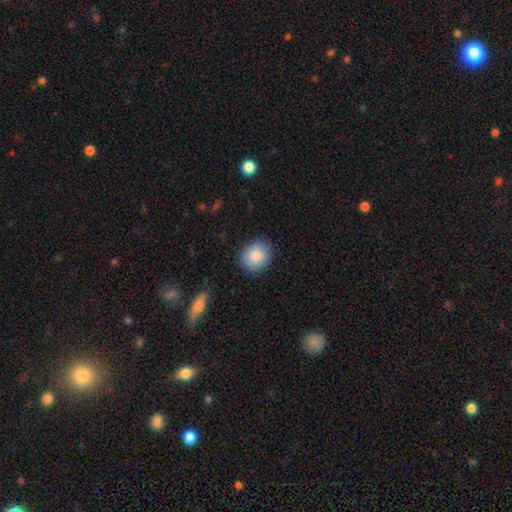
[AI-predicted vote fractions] Smooth or featured: smooth — 87% (star or artifact — 7%)
How rounded: round — 79% (in between — 20%)
Merging: none — 87% (minor disturbance — 10%)